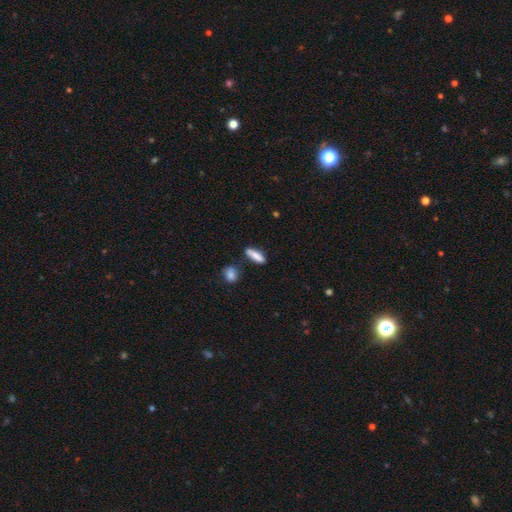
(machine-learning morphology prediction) This is clearly a smooth galaxy (81%). How rounded: possibly cigar-shaped (58%). Merging: likely none (73%).